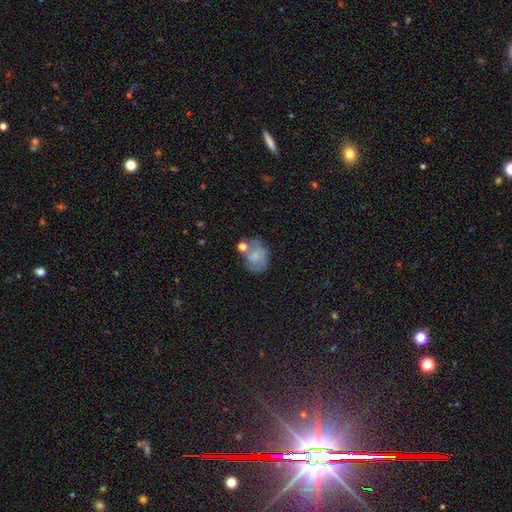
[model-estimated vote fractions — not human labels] Morphology: type=smooth (59%); roundness=in between (53%); merging=none (47%).